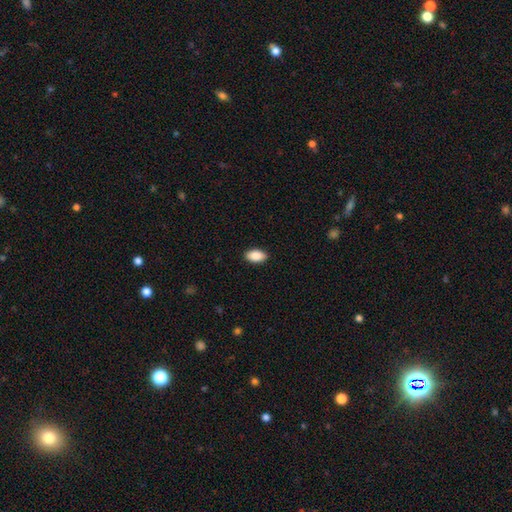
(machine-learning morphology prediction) Smooth or featured? Predicted: smooth (p=0.89). How rounded? Predicted: in between (p=0.94). Merging? Predicted: none (p=0.90).